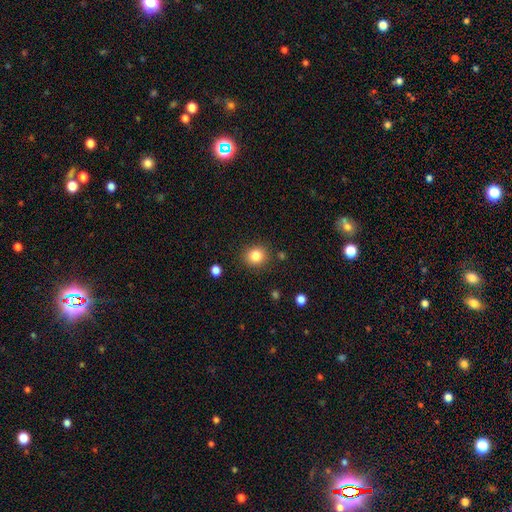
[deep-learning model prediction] Smooth or featured?
  - smooth: 83% *
  - star or artifact: 11%
  - featured or disk: 6%
How rounded?
  - round: 82% *
  - in between: 17%
  - cigar-shaped: 1%
Merging?
  - none: 88% *
  - minor disturbance: 8%
  - major disturbance: 3%
  - merger: 2%